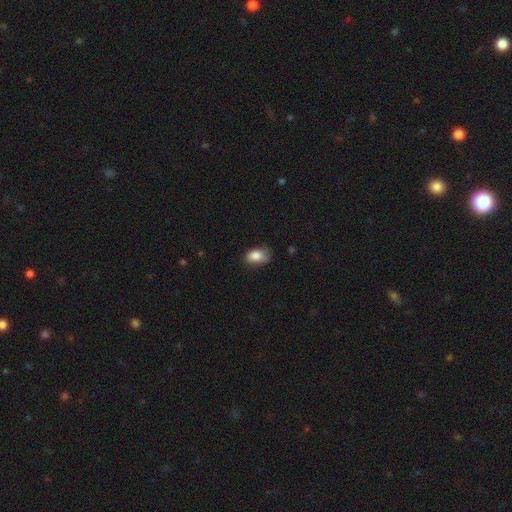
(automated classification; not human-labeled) smooth_or_featured: smooth (p=0.86) [alt: star or artifact p=0.08]
how_rounded: in between (p=0.88) [alt: round p=0.11]
merging: none (p=0.62) [alt: minor disturbance p=0.30]